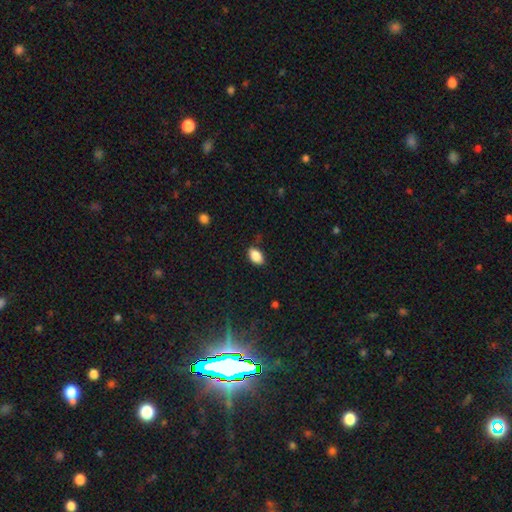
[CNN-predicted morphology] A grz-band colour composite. It shows a smooth galaxy with no disk features (87%) that is in between round and cigar-shaped (91%). Merging: none (83%).